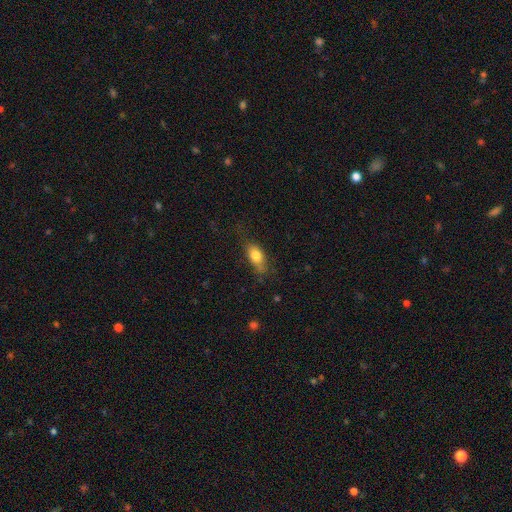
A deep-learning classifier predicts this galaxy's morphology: Smooth or featured? Predicted: smooth (p=0.77). How rounded? Predicted: in between (p=0.81). Merging? Predicted: none (p=0.61).